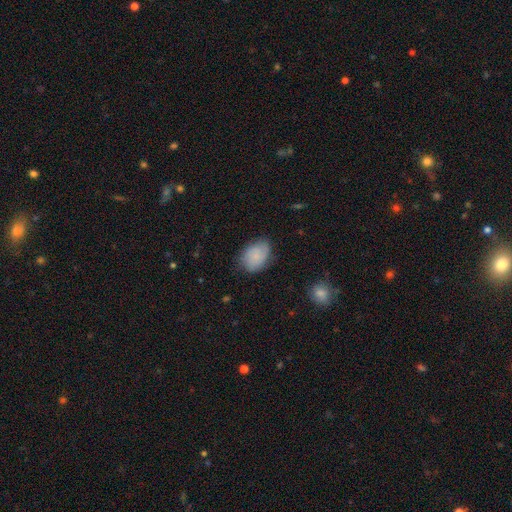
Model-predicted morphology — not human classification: This is likely a smooth galaxy (75%). How rounded: likely in between (78%). Merging: likely none (68%).